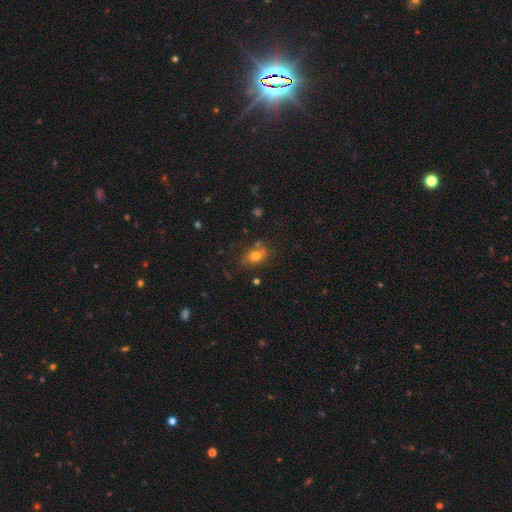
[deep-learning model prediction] A smooth galaxy with no disk features (76%) that is in between round and cigar-shaped (63%). Merging: none (68%).